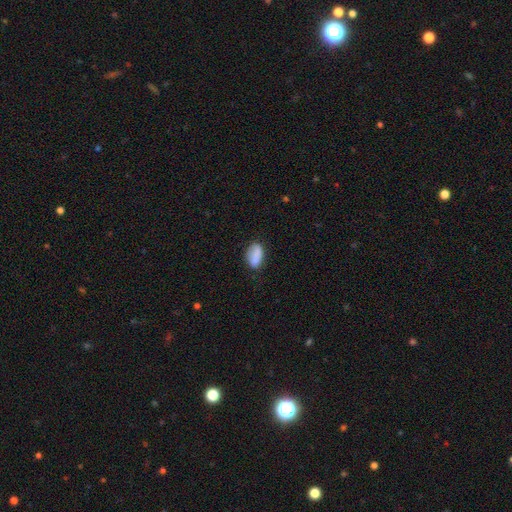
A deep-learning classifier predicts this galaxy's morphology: smooth 84%, featured or disk 8%, star or artifact 8%. Down the decision tree: how rounded — in between (91%); merging — none (71%).